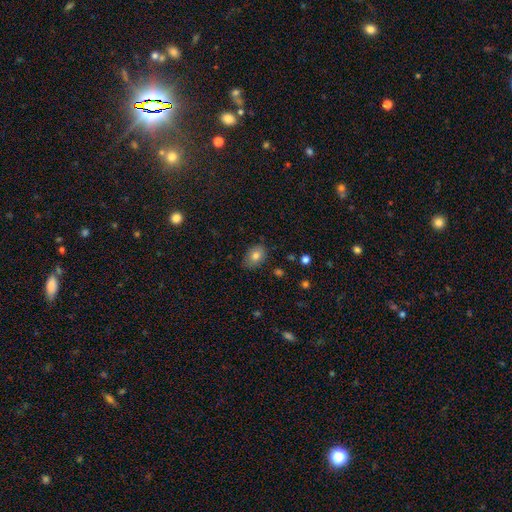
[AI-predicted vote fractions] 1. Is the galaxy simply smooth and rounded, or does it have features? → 79% smooth, 12% featured or disk, 9% star or artifact.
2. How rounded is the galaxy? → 80% in between, 19% round, 1% cigar-shaped.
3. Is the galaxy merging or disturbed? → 81% none, 15% minor disturbance, 3% major disturbance, 1% merger.